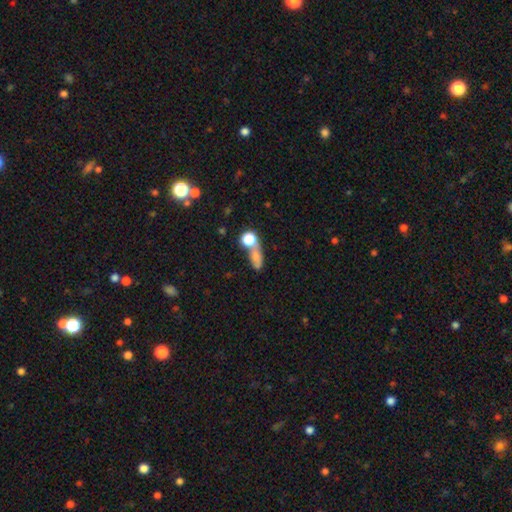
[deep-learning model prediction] Smooth or featured? Predicted: smooth (p=0.67). How rounded? Predicted: in between (p=0.50). Merging? Predicted: merger (p=0.44).